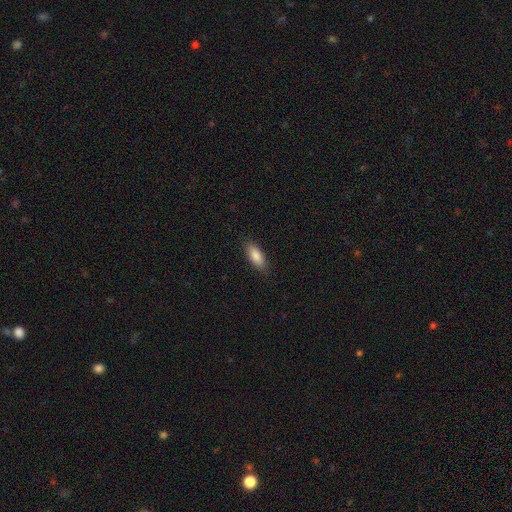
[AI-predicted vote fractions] This appears to be a smooth galaxy with no disk features (87%) that is in between round and cigar-shaped (79%). Merging: none (86%).